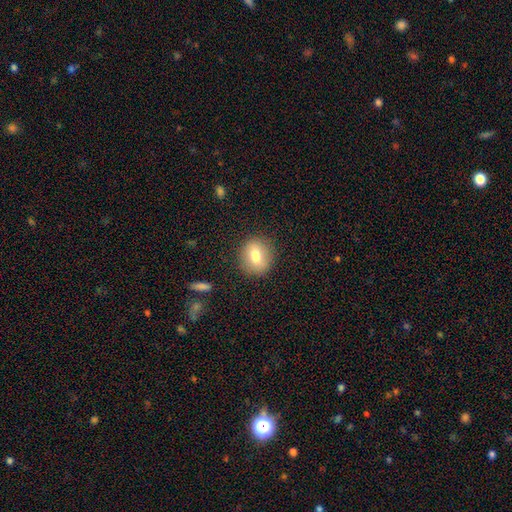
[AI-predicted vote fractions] Smooth or featured: smooth — 73% (featured or disk — 18%)
How rounded: round — 57% (in between — 41%)
Merging: none — 79% (minor disturbance — 13%)